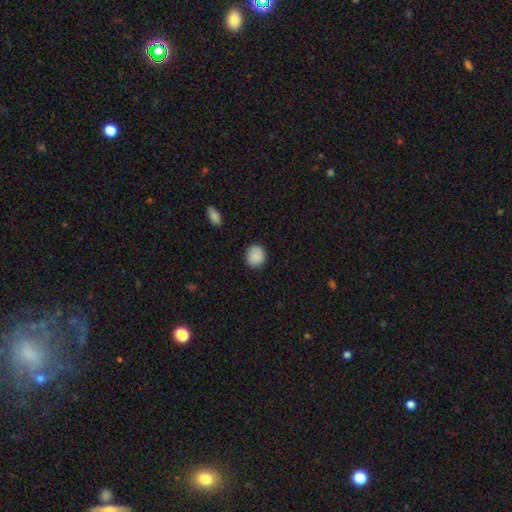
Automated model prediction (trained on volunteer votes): This appears to be a smooth galaxy with no disk features (89%) that is round (83%). Merging: none (88%).